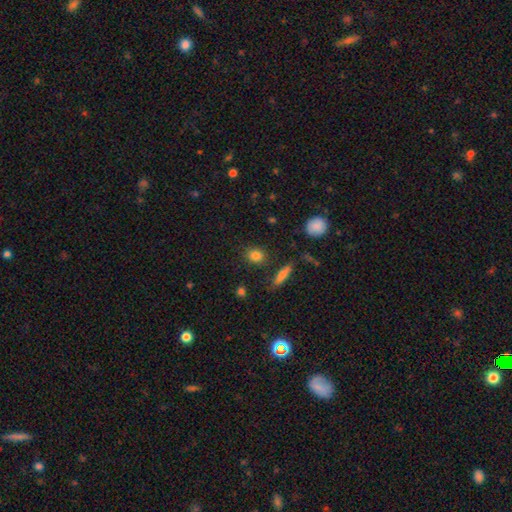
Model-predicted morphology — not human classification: Smooth or featured? smooth (82%)
How rounded? round (61%)
Merging? none (85%)